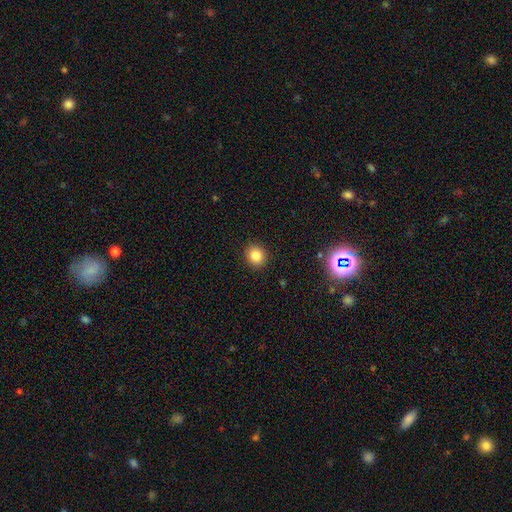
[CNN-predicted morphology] Smooth or featured? Predicted: smooth (p=0.83). How rounded? Predicted: round (p=0.83). Merging? Predicted: none (p=0.92).